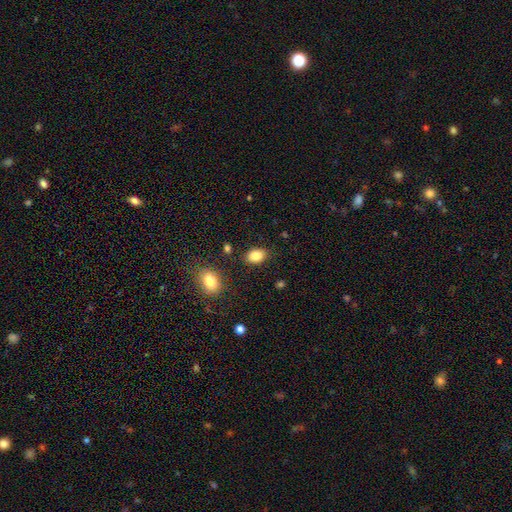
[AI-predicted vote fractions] A smooth galaxy with no disk features (86%) that is in between round and cigar-shaped (79%). Merging: none (83%).